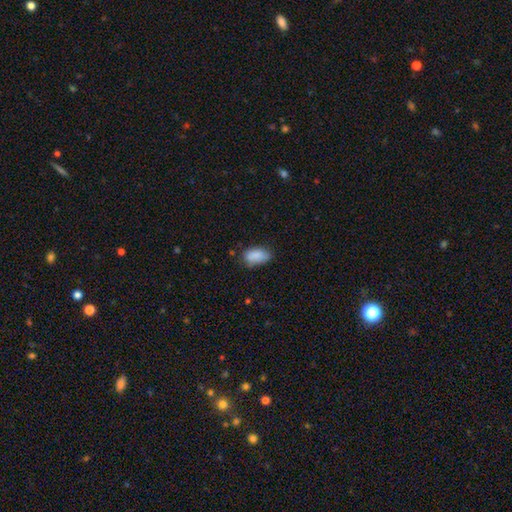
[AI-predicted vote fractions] smooth-or-featured: smooth: 87% | star or artifact: 7% | featured or disk: 6%
  how-rounded: in between: 92% | round: 6% | cigar-shaped: 2%
  merging: none: 67% | minor disturbance: 26% | major disturbance: 5% | merger: 2%